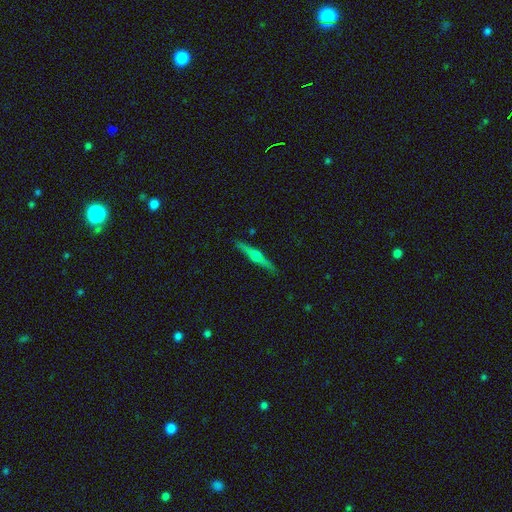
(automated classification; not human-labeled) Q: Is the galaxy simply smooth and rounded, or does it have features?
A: featured or disk — 74%.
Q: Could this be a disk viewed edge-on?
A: yes — 98%.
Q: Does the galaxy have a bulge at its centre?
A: rounded — 94%.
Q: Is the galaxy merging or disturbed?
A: none — 90%.